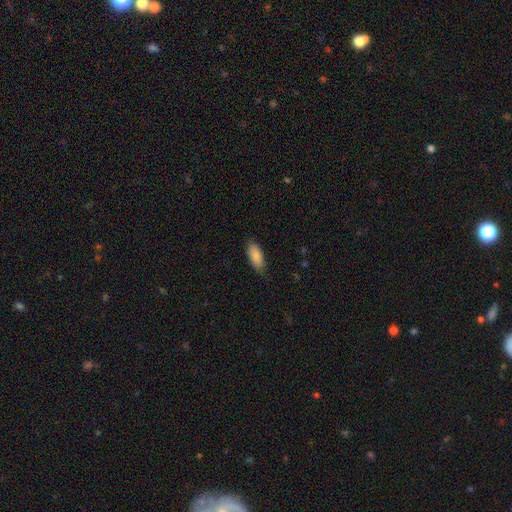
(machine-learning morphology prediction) Smooth or featured? smooth (89%)
How rounded? in between (83%)
Merging? none (83%)